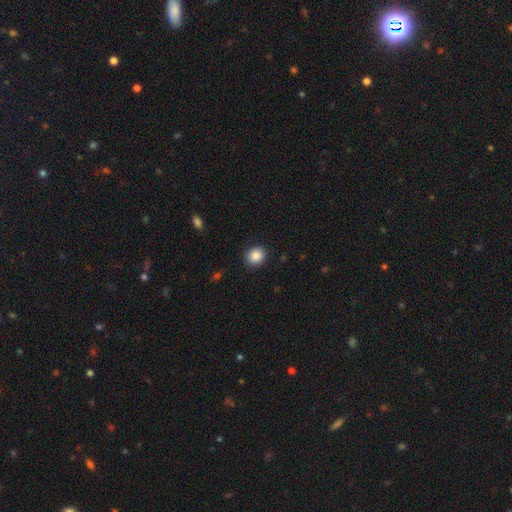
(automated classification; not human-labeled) smooth 88%, star or artifact 9%, featured or disk 3%. Down the decision tree: how rounded — round (73%); merging — none (89%).